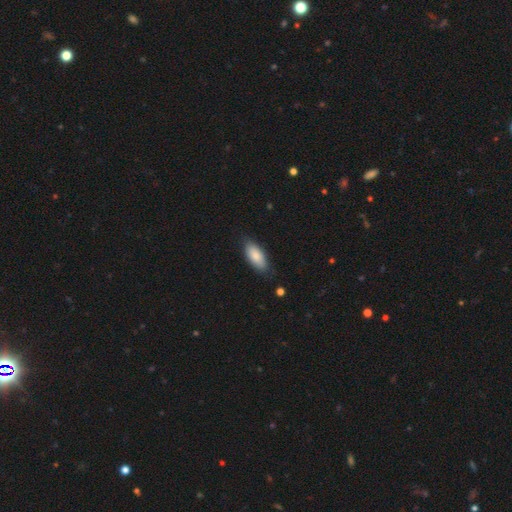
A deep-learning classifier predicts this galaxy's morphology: Smooth or featured? Predicted: smooth (p=0.85). How rounded? Predicted: in between (p=0.86). Merging? Predicted: none (p=0.79).